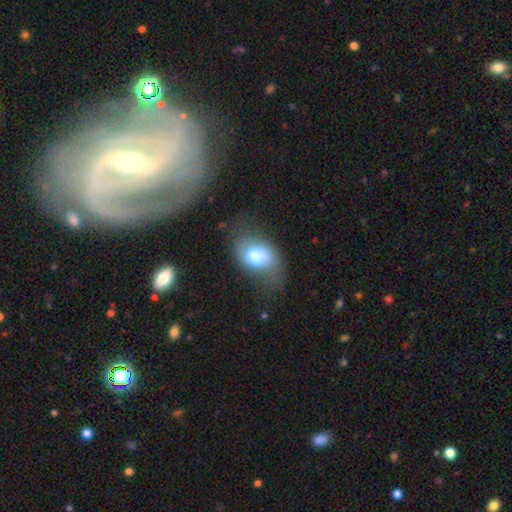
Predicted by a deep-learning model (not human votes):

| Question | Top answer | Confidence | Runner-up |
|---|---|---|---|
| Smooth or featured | smooth | 61% | featured or disk (31%) |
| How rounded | in between | 80% | round (19%) |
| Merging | none | 35% | major disturbance (31%) |